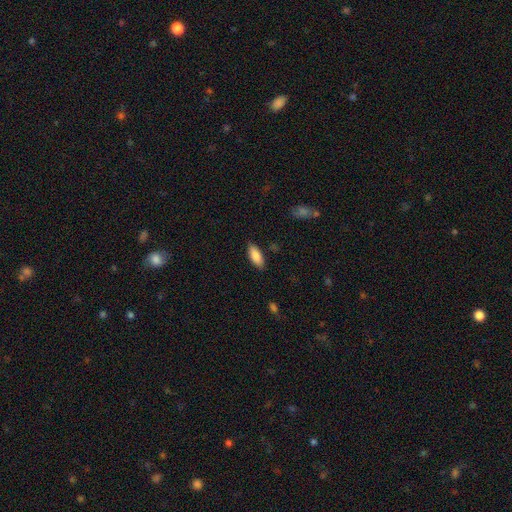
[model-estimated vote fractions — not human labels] Q: Smooth or featured?
A: smooth (86%); runner-up: featured or disk (8%)
Q: How rounded?
A: in between (78%); runner-up: cigar-shaped (20%)
Q: Merging?
A: none (85%); runner-up: minor disturbance (11%)